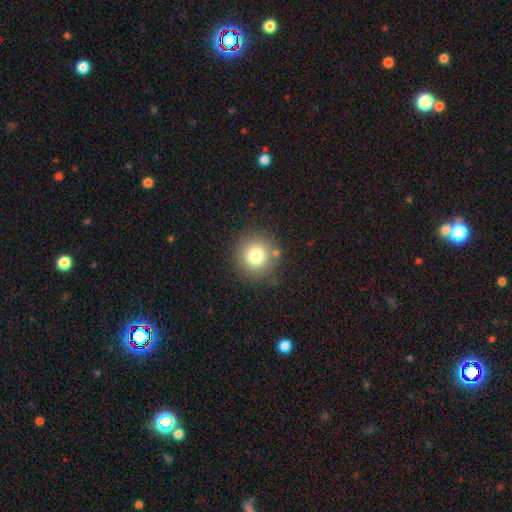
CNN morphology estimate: Smooth or featured? Predicted: smooth (p=0.78). How rounded? Predicted: round (p=0.93). Merging? Predicted: none (p=0.84).